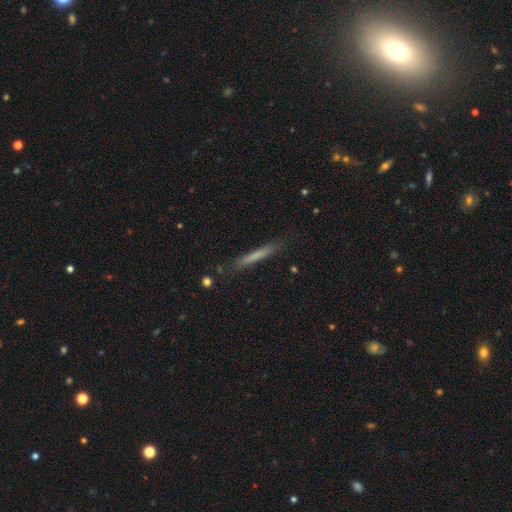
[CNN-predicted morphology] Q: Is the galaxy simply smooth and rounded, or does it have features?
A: smooth — 64%.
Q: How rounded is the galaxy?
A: cigar-shaped — 96%.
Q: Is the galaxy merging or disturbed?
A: none — 82%.